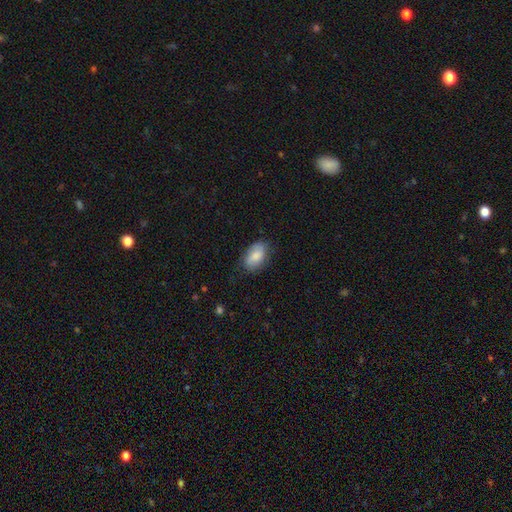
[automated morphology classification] This is likely a smooth galaxy (78%). How rounded: clearly in between (91%). Merging: likely none (71%).